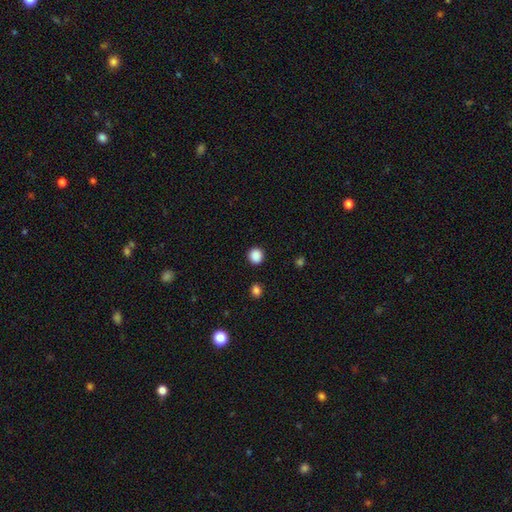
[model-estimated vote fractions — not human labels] A smooth galaxy with no disk features (88%) that is round (91%). Merging: none (91%).